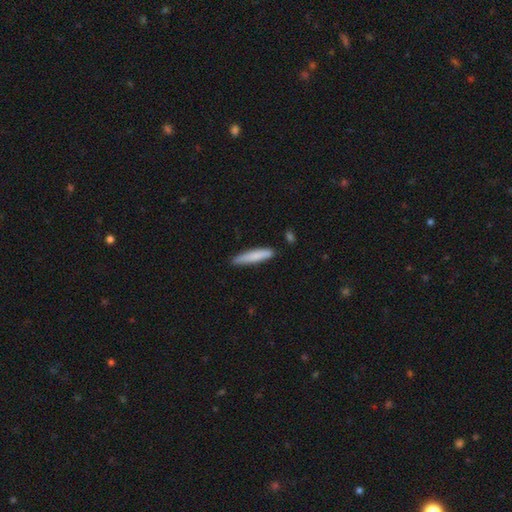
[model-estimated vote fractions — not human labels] Q: Smooth or featured?
A: smooth (80%); runner-up: featured or disk (15%)
Q: How rounded?
A: cigar-shaped (90%); runner-up: in between (9%)
Q: Merging?
A: none (82%); runner-up: minor disturbance (13%)